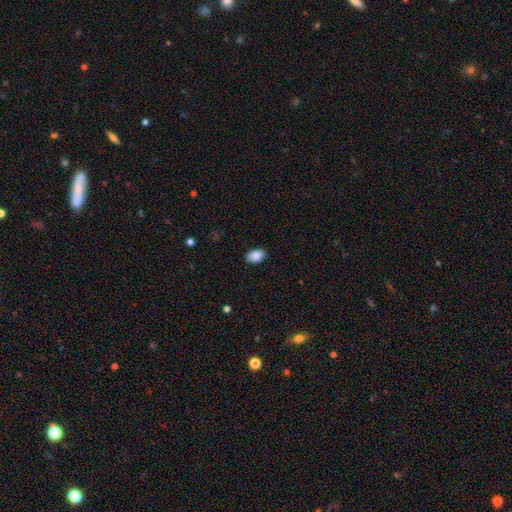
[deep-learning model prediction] Morphology: type=smooth (89%); roundness=in between (88%); merging=none (88%).